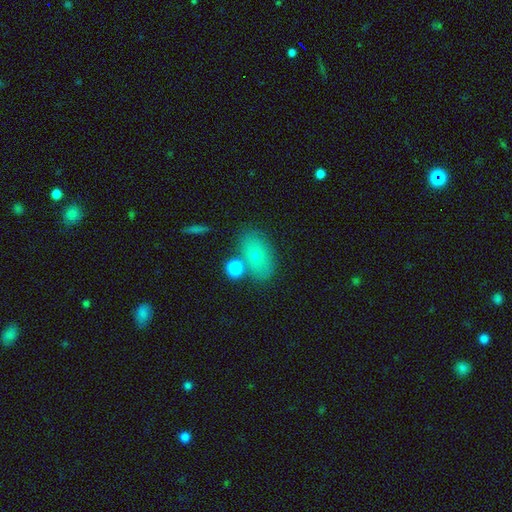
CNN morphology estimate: Smooth or featured? smooth (69%)
How rounded? in between (81%)
Merging? none (60%)